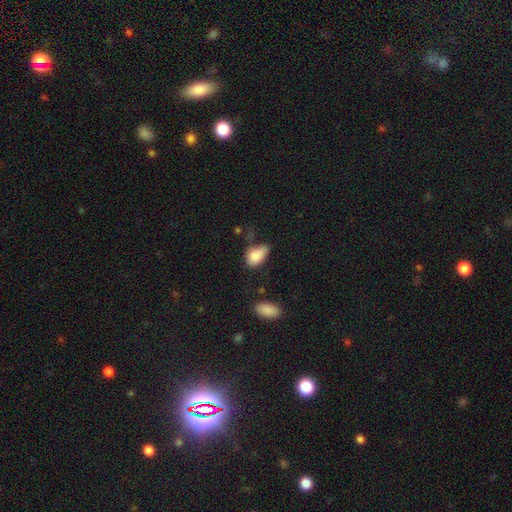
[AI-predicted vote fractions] This appears to be a smooth galaxy with no disk features (83%) that is in between round and cigar-shaped (88%). Merging: minor disturbance (43%).